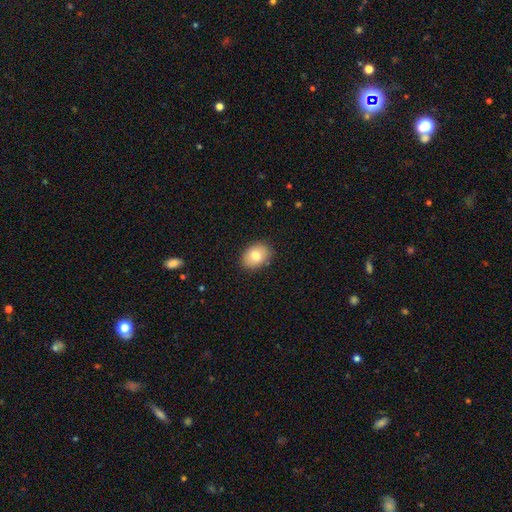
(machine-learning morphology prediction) This is likely a smooth galaxy (78%). How rounded: likely in between (74%). Merging: clearly none (88%).